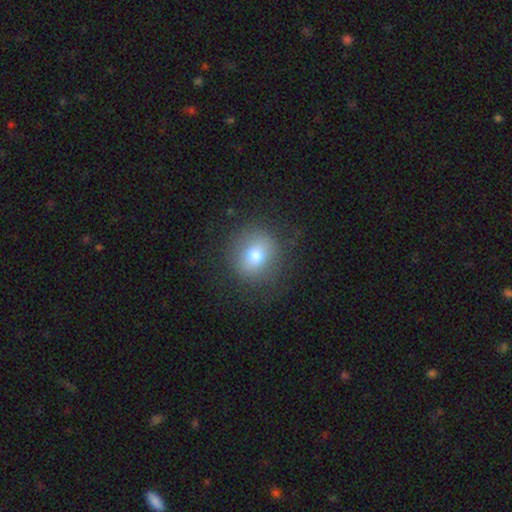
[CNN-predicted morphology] A smooth galaxy with no disk features (74%) that is round (81%). Merging: none (84%).